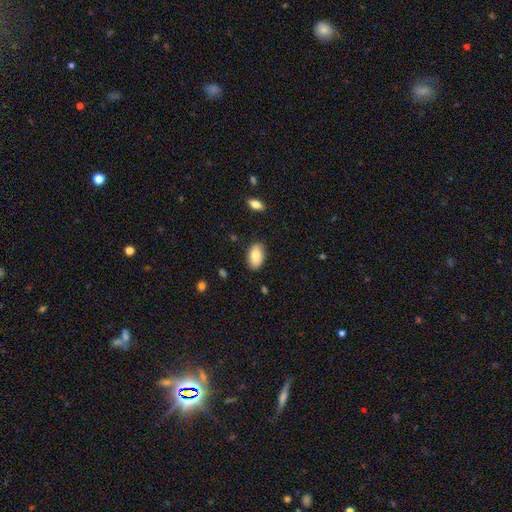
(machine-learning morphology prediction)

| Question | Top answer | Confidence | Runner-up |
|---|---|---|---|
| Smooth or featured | smooth | 80% | featured or disk (13%) |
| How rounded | in between | 93% | round (6%) |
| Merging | none | 84% | minor disturbance (13%) |